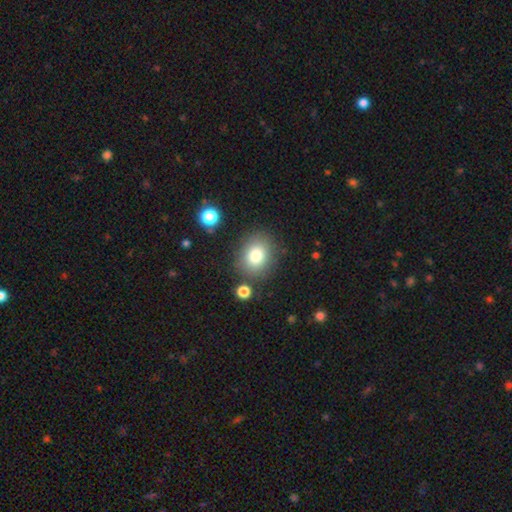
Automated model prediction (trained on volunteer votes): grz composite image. It shows a smooth galaxy with no disk features (80%) that is round (63%). Merging: none (81%).